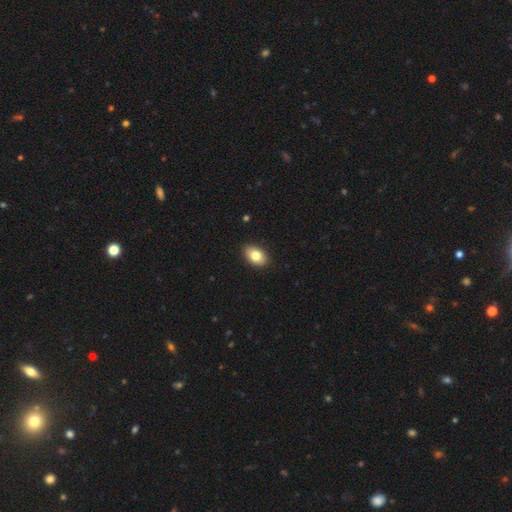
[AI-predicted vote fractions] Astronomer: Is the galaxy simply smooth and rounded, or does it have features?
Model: smooth — 81%.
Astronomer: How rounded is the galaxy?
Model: in between — 87%.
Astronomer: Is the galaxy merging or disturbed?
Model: none — 89%.